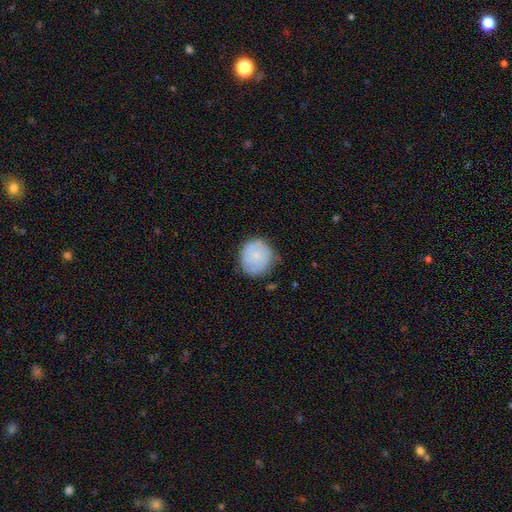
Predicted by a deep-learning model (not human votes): A smooth galaxy with no disk features (65%) that is round (86%). Merging: none (69%).